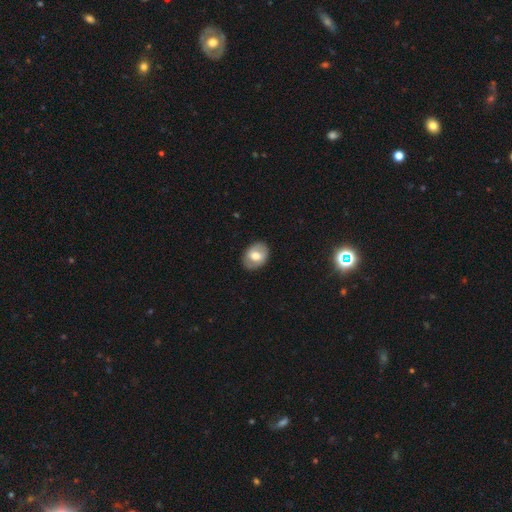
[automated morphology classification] Smooth or featured?
  - smooth: 62% *
  - featured or disk: 31%
  - star or artifact: 7%
How rounded?
  - in between: 73% *
  - round: 26%
  - cigar-shaped: 1%
Merging?
  - none: 84% *
  - minor disturbance: 12%
  - major disturbance: 3%
  - merger: 1%